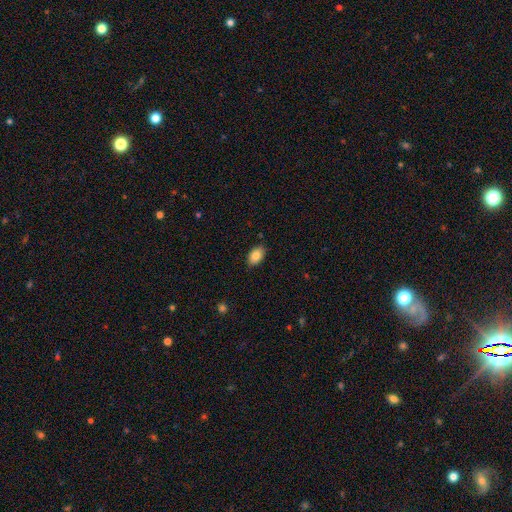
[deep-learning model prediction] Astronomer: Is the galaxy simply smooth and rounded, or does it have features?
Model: smooth — 85%.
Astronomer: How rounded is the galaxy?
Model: in between — 90%.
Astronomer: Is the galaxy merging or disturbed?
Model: none — 86%.